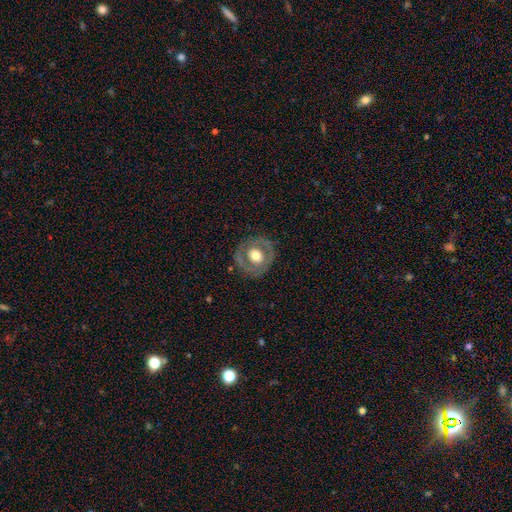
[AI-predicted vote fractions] featured or disk 55%, smooth 39%, star or artifact 6%. Down the decision tree: edge-on disk — no (95%); bar — no (79%); spiral arms — no (73%); bulge size — moderate (59%); merging — none (80%).